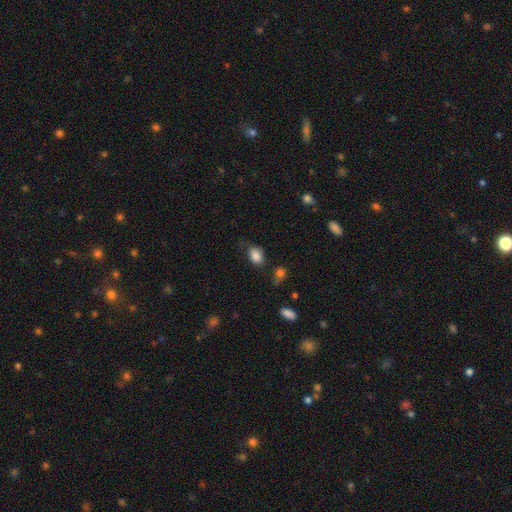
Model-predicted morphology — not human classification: A smooth galaxy with no disk features (85%) that is in between round and cigar-shaped (79%). Merging: none (59%).